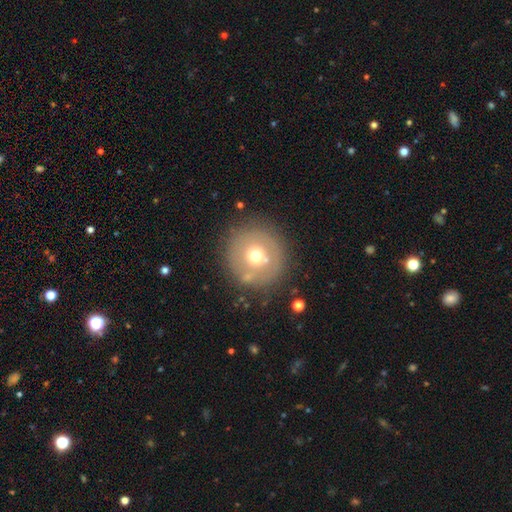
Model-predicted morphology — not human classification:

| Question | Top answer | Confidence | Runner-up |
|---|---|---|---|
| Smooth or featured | smooth | 57% | featured or disk (32%) |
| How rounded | round | 95% | in between (4%) |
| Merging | none | 80% | minor disturbance (11%) |